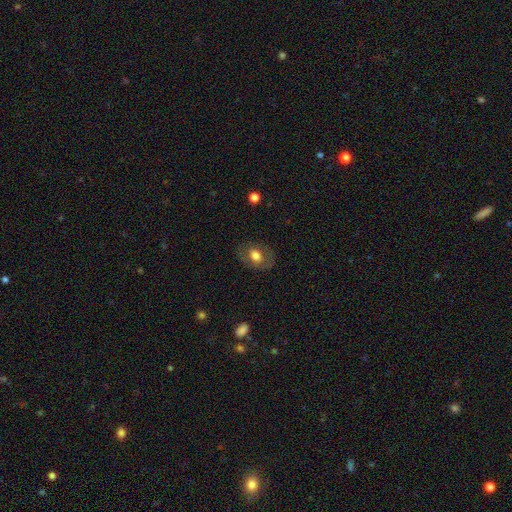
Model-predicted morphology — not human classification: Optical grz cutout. It shows a smooth galaxy with no disk features (66%) that is in between round and cigar-shaped (69%). Merging: none (79%).